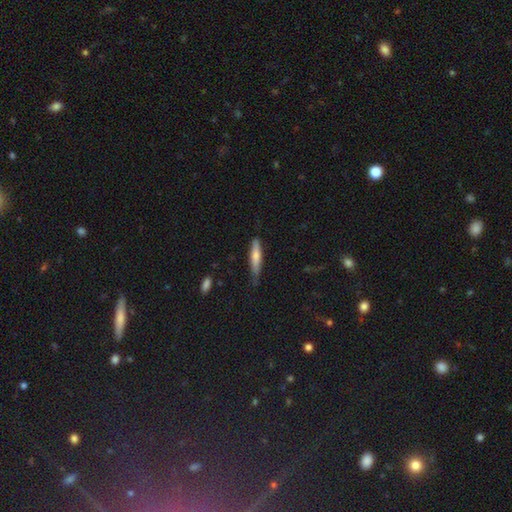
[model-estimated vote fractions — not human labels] Smooth or featured? smooth (62%)
How rounded? cigar-shaped (85%)
Merging? none (67%)